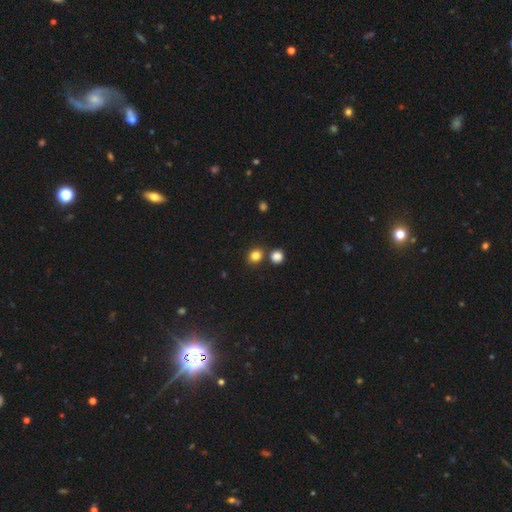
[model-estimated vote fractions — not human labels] Q: Smooth or featured?
A: smooth (83%); runner-up: star or artifact (12%)
Q: How rounded?
A: round (72%); runner-up: in between (27%)
Q: Merging?
A: none (76%); runner-up: merger (13%)